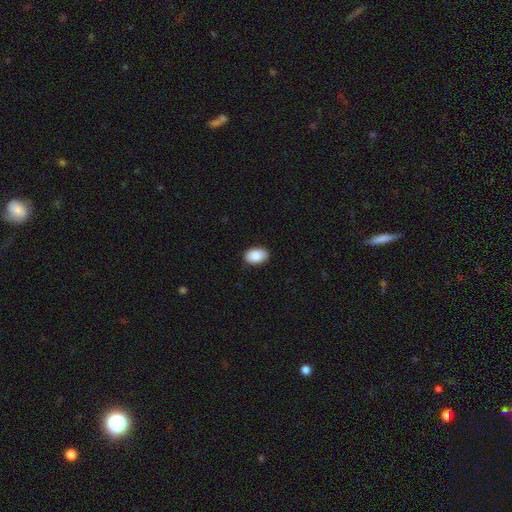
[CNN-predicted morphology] Q: Smooth or featured?
A: smooth (89%); runner-up: star or artifact (7%)
Q: How rounded?
A: in between (88%); runner-up: round (10%)
Q: Merging?
A: none (87%); runner-up: minor disturbance (10%)